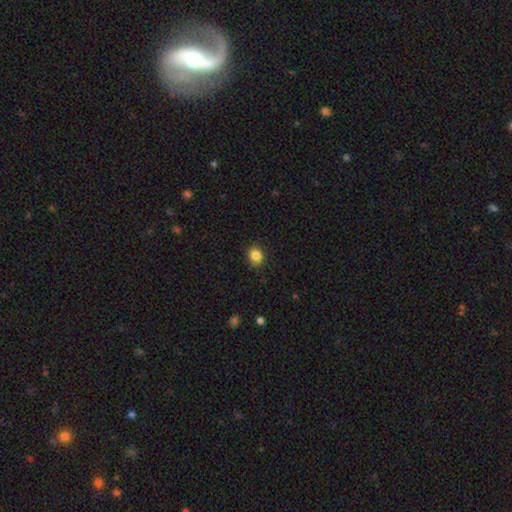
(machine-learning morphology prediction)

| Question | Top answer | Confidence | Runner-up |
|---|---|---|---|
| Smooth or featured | smooth | 85% | star or artifact (11%) |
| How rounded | round | 73% | in between (26%) |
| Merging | none | 88% | minor disturbance (9%) |